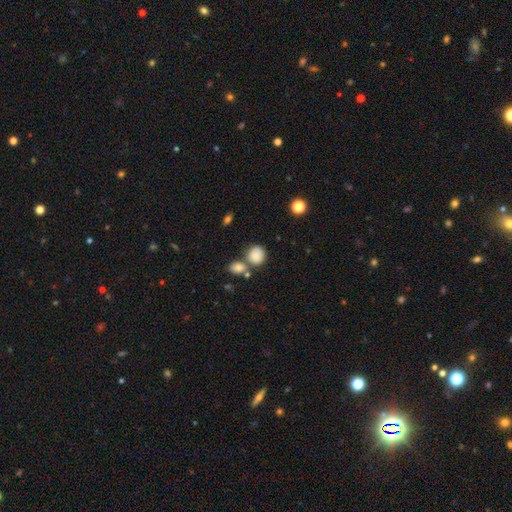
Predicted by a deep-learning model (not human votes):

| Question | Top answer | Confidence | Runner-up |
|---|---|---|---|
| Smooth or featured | smooth | 81% | featured or disk (10%) |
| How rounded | round | 82% | in between (17%) |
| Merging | none | 59% | merger (23%) |